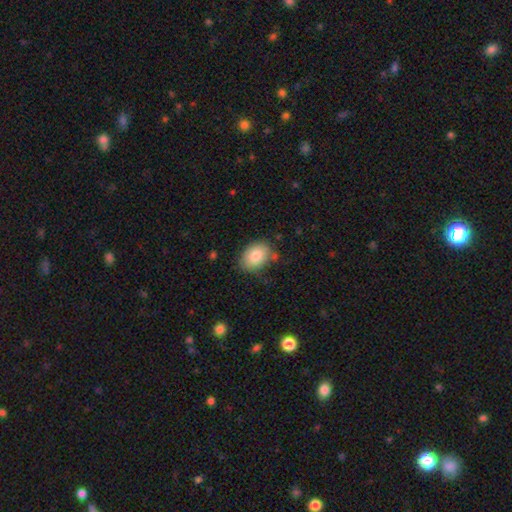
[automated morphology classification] This is clearly a smooth galaxy (84%). How rounded: likely in between (78%). Merging: likely none (76%).